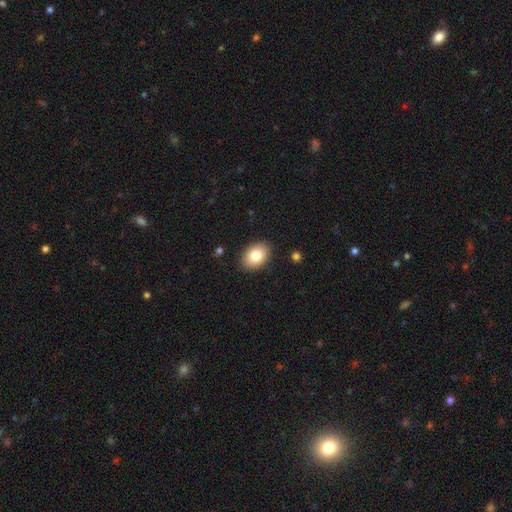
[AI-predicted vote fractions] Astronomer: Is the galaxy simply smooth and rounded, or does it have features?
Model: smooth — 81%.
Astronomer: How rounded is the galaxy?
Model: in between — 75%.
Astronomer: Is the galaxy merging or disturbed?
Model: none — 89%.